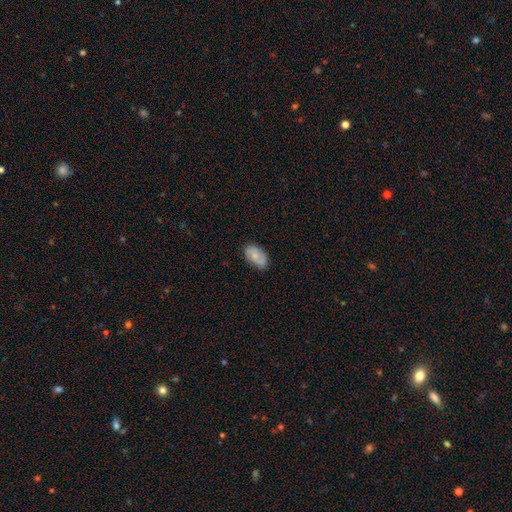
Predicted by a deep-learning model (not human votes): Smooth or featured?
  - smooth: 64% *
  - featured or disk: 29%
  - star or artifact: 7%
How rounded?
  - in between: 92% *
  - round: 6%
  - cigar-shaped: 2%
Merging?
  - none: 76% *
  - minor disturbance: 18%
  - major disturbance: 4%
  - merger: 2%